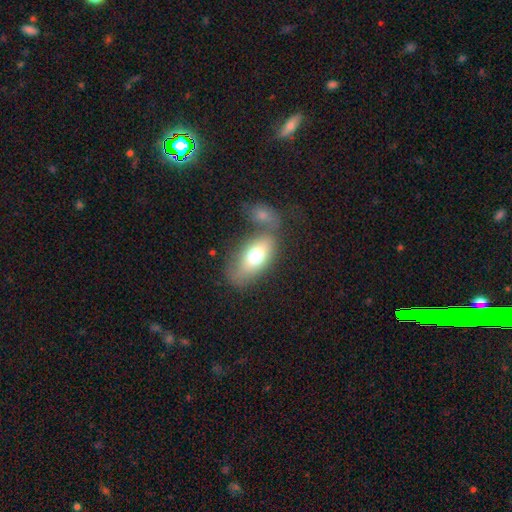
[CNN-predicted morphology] A smooth galaxy with no disk features (68%) that is in between round and cigar-shaped (88%). Merging: none (47%).